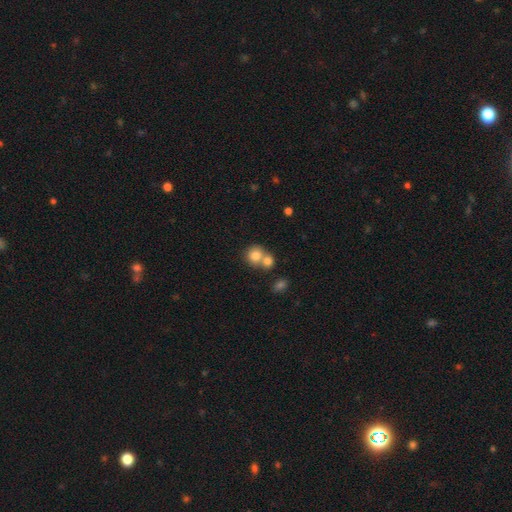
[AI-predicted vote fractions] Smooth or featured: smooth — 79% (featured or disk — 11%)
How rounded: round — 81% (in between — 18%)
Merging: merger — 50% (none — 40%)